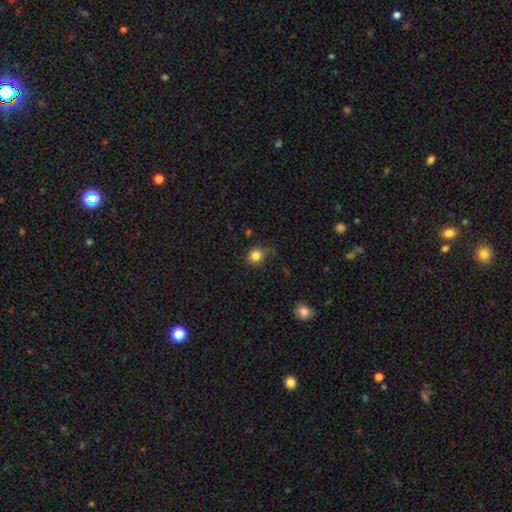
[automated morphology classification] Q: Smooth or featured?
A: smooth (83%); runner-up: star or artifact (11%)
Q: How rounded?
A: round (81%); runner-up: in between (18%)
Q: Merging?
A: none (65%); runner-up: minor disturbance (25%)